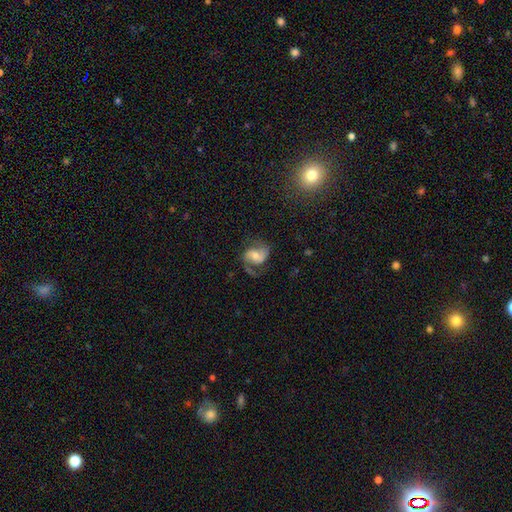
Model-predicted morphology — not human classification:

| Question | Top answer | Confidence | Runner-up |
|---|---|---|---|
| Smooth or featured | featured or disk | 81% | smooth (12%) |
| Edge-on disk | no | 98% | yes (2%) |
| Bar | no | 46% | weak (41%) |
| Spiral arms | yes | 96% | no (4%) |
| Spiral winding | medium | 49% | loose (35%) |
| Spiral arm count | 2 | 86% | 1 (7%) |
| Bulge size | moderate | 56% | small (33%) |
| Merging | none | 66% | minor disturbance (18%) |